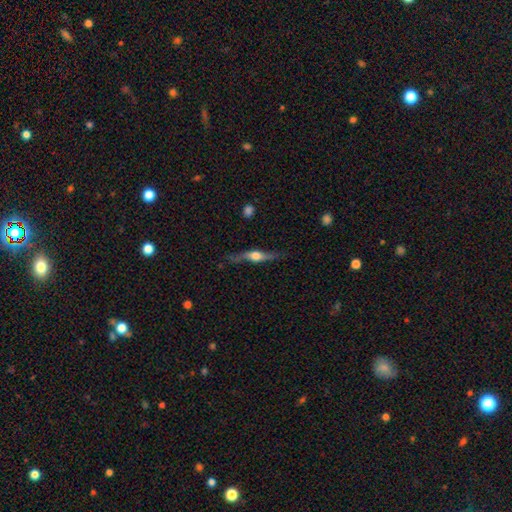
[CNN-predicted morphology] Overall: featured or disk (70%). Edge-on disk: yes (94%). Edge-on bulge: rounded (93%). Merging: none (74%).